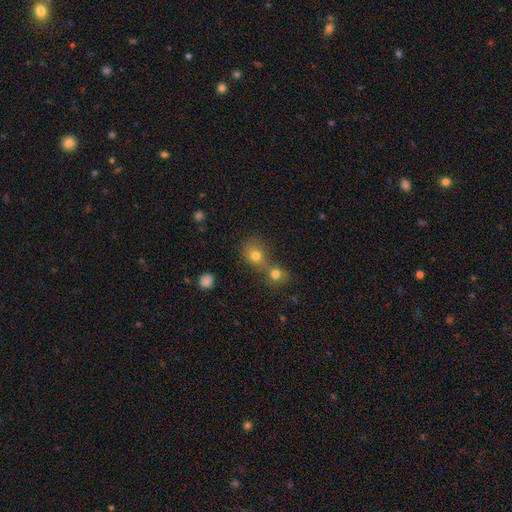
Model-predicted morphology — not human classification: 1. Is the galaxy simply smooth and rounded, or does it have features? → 76% smooth, 13% star or artifact, 10% featured or disk.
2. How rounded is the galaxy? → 78% round, 21% in between, 1% cigar-shaped.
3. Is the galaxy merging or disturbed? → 52% merger, 37% none, 7% minor disturbance, 4% major disturbance.